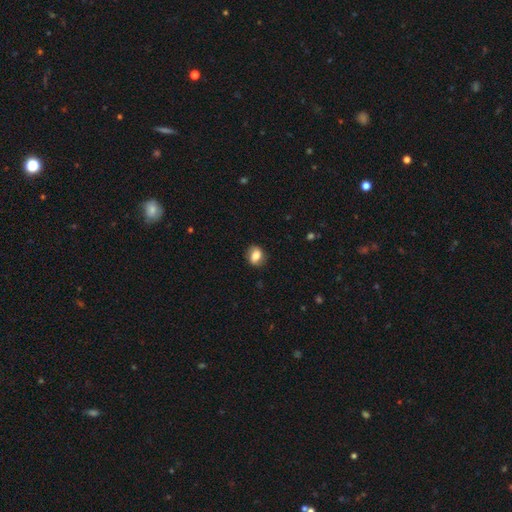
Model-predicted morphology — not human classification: Smooth or featured: smooth — 73% (featured or disk — 18%)
How rounded: in between — 58% (round — 40%)
Merging: none — 81% (minor disturbance — 14%)